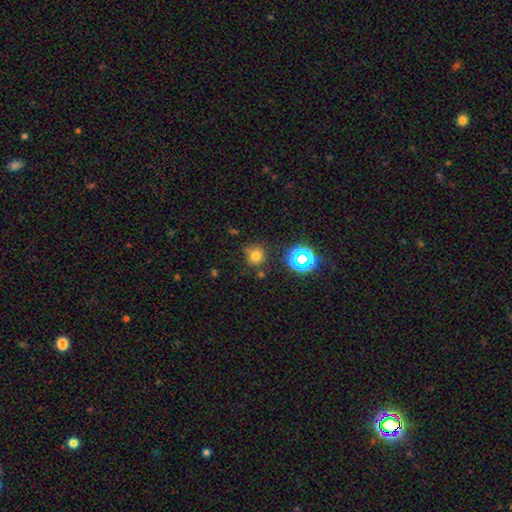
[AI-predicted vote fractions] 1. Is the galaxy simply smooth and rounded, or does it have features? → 72% smooth, 20% star or artifact, 8% featured or disk.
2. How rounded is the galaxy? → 90% round, 9% in between, 1% cigar-shaped.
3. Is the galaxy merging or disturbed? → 78% none, 13% minor disturbance, 5% merger, 4% major disturbance.